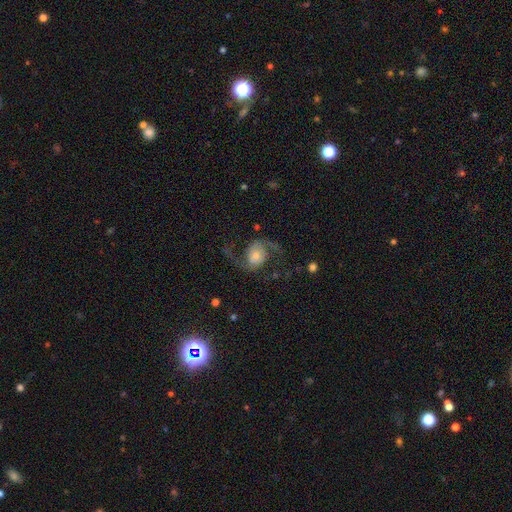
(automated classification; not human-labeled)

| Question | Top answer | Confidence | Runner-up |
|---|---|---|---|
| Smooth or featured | featured or disk | 86% | smooth (7%) |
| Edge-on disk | no | 98% | yes (2%) |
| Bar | no | 63% | weak (28%) |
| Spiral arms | yes | 97% | no (3%) |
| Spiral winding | loose | 54% | medium (39%) |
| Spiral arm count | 2 | 94% | can't tell (1%) |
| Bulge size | moderate | 39% | small (35%) |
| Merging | none | 77% | minor disturbance (12%) |